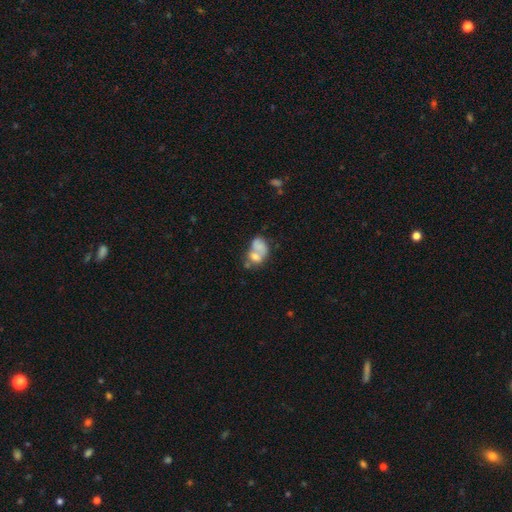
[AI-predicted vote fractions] Smooth or featured?
  - smooth: 58% *
  - featured or disk: 31%
  - star or artifact: 10%
How rounded?
  - in between: 72% *
  - round: 26%
  - cigar-shaped: 1%
Merging?
  - merger: 59% *
  - none: 18%
  - major disturbance: 12%
  - minor disturbance: 11%